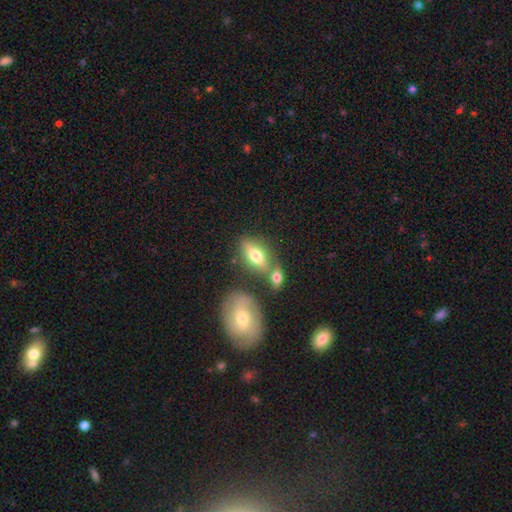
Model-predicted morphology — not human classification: The model was most divided on "smooth or featured": smooth: 58%, featured or disk: 34%, star or artifact: 8%. More confident: how rounded — in between (74%); merging — none (59%).